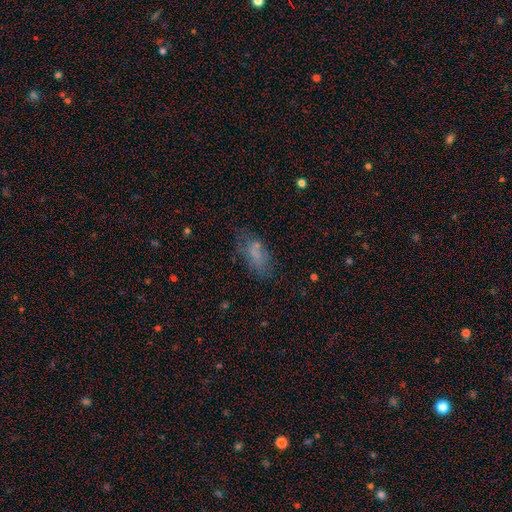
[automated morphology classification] Overall: smooth (62%; featured or disk 24%). How rounded: in between (85%). Merging: none (55%; minor disturbance 24%).